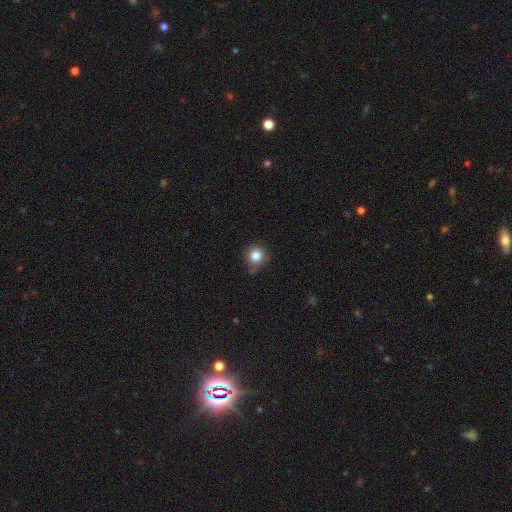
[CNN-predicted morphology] Q: Smooth or featured?
A: smooth (84%); runner-up: star or artifact (11%)
Q: How rounded?
A: round (90%); runner-up: in between (9%)
Q: Merging?
A: none (71%); runner-up: minor disturbance (21%)